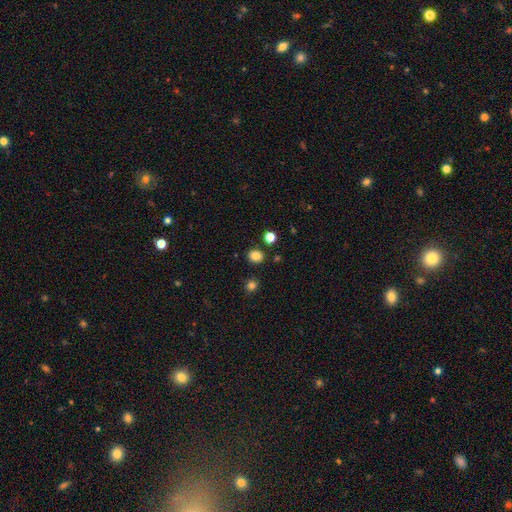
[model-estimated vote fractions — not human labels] Morphology: type=smooth (82%); roundness=round (73%); merging=none (87%).